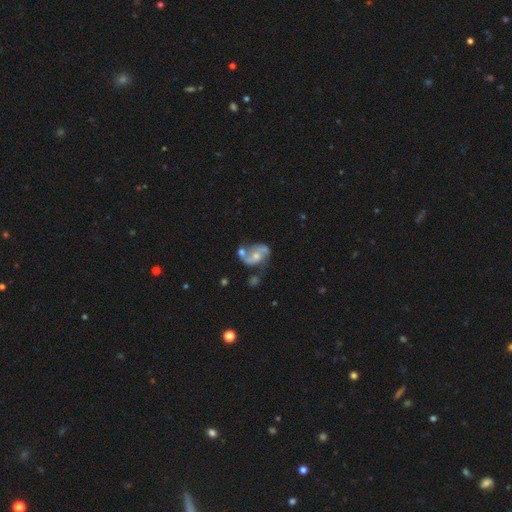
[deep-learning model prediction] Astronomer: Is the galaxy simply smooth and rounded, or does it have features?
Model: featured or disk — 81%.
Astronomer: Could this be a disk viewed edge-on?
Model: no — 98%.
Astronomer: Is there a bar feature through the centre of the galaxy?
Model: no — 61%.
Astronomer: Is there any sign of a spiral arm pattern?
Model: yes — 91%.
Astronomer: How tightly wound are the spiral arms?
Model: medium — 45% (runner-up: loose, 43%).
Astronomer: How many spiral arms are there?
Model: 2 — 87%.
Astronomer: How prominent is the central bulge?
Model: moderate — 56% (runner-up: small, 34%).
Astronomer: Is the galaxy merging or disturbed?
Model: none — 42% (runner-up: merger, 24%).